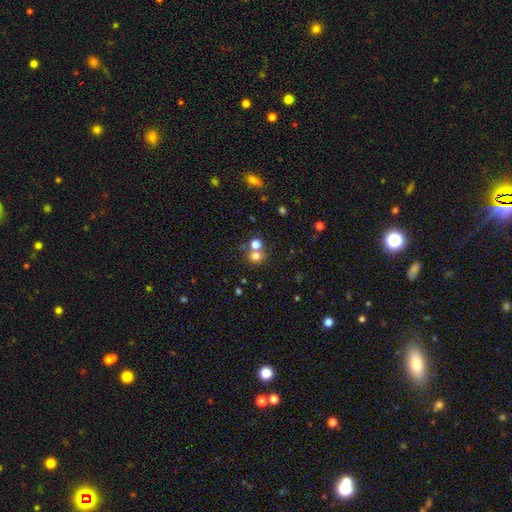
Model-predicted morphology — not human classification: A smooth galaxy with no disk features (73%) that is round (82%).

Vote fractions:
- Smooth or featured? smooth: 73% / star or artifact: 17% / featured or disk: 10%
- How rounded? round: 82% / in between: 17% / cigar-shaped: 1%
- Merging? none: 52% / merger: 38% / minor disturbance: 7% / major disturbance: 3%